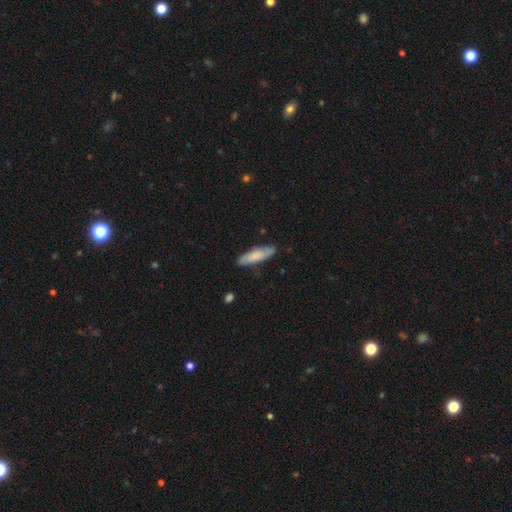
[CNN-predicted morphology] The model was most divided on "how rounded": cigar-shaped: 61%, in between: 37%, round: 2%. More confident: merging — none (82%); smooth or featured — smooth (70%).